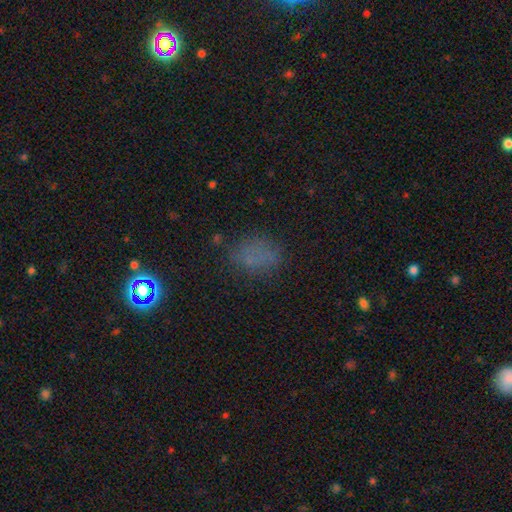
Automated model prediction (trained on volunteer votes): smooth_or_featured: smooth (p=0.58) [alt: star or artifact p=0.29]
how_rounded: in between (p=0.63) [alt: round p=0.35]
merging: none (p=0.70) [alt: minor disturbance p=0.18]